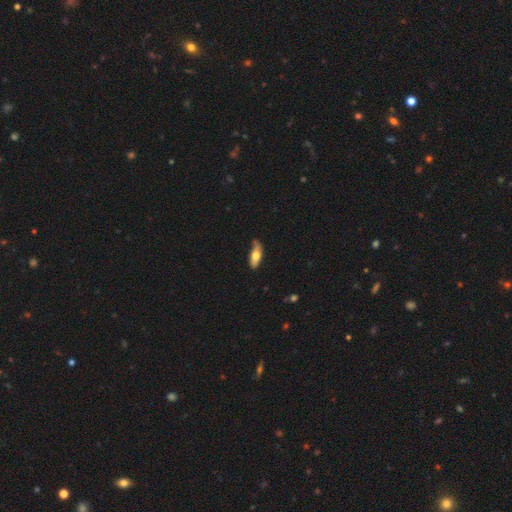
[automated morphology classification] Smooth or featured? Predicted: smooth (p=0.63). How rounded? Predicted: in between (p=0.68). Merging? Predicted: none (p=0.66).